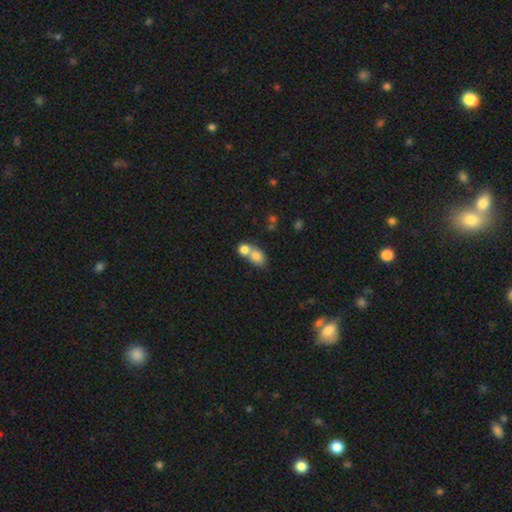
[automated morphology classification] Smooth or featured? Predicted: smooth (p=0.78). How rounded? Predicted: in between (p=0.65). Merging? Predicted: merger (p=0.62).